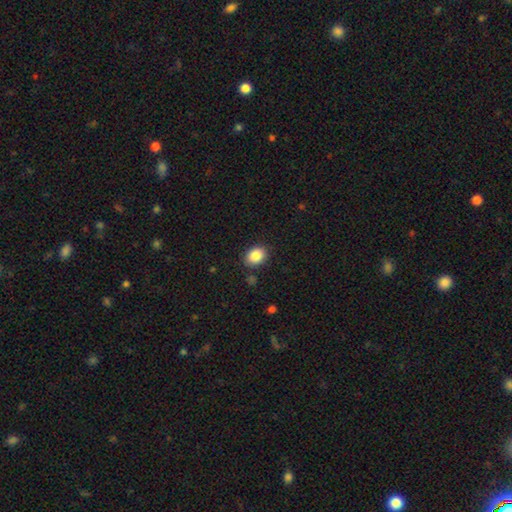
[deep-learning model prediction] A smooth galaxy with no disk features (87%) that is in between round and cigar-shaped (64%).

Vote fractions:
- Smooth or featured? smooth: 87% / star or artifact: 8% / featured or disk: 5%
- How rounded? in between: 64% / round: 35% / cigar-shaped: 1%
- Merging? none: 86% / minor disturbance: 9% / major disturbance: 3% / merger: 2%